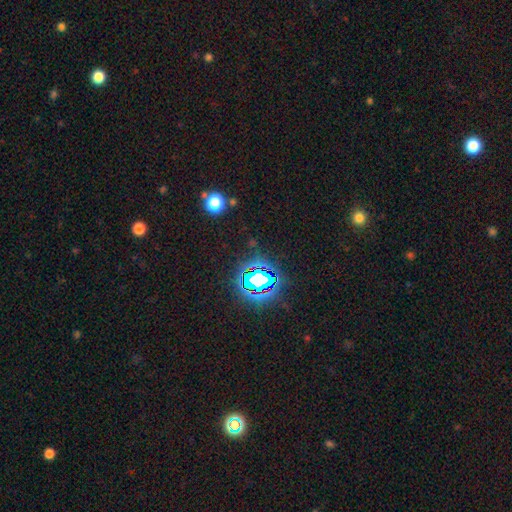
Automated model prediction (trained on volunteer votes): A star or artifact, not a galaxy (79%).

Vote fractions:
- Smooth or featured? star or artifact: 79% / smooth: 13% / featured or disk: 8%